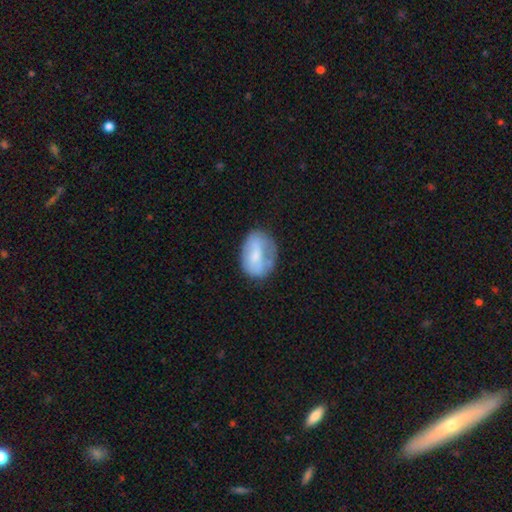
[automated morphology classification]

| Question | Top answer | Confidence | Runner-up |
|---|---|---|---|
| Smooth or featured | smooth | 62% | featured or disk (31%) |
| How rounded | in between | 77% | round (22%) |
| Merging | none | 53% | minor disturbance (29%) |